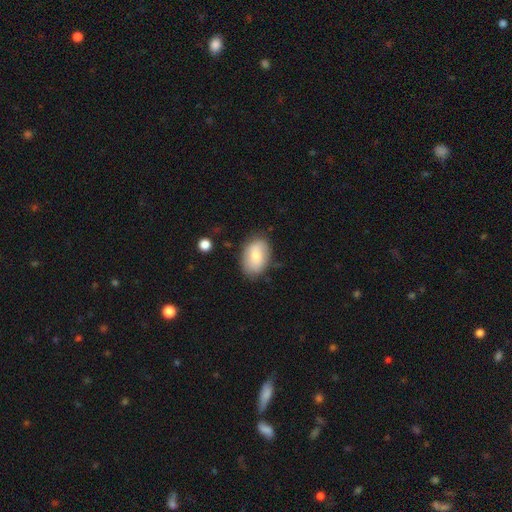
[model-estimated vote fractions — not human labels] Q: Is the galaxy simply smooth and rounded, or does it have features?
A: smooth — 74%.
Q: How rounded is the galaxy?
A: in between — 87%.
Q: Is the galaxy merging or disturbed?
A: none — 77%.